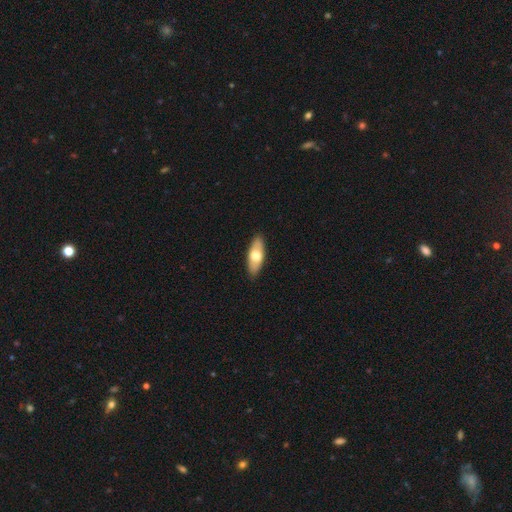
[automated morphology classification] This is likely a smooth galaxy (63%). How rounded: likely in between (73%). Merging: clearly none (88%).